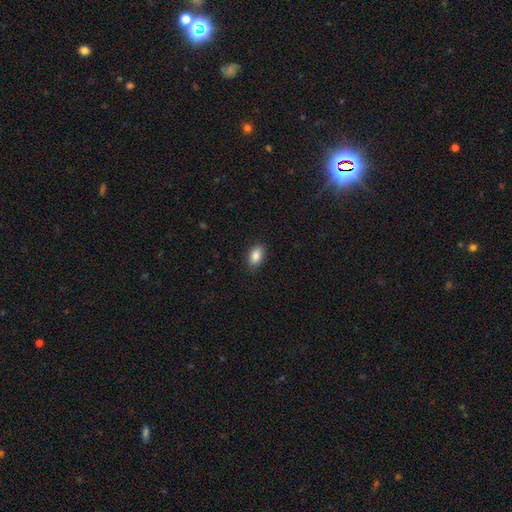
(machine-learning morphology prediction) smooth_or_featured: smooth (p=0.87) [alt: star or artifact p=0.08]
how_rounded: in between (p=0.90) [alt: round p=0.08]
merging: none (p=0.87) [alt: minor disturbance p=0.10]